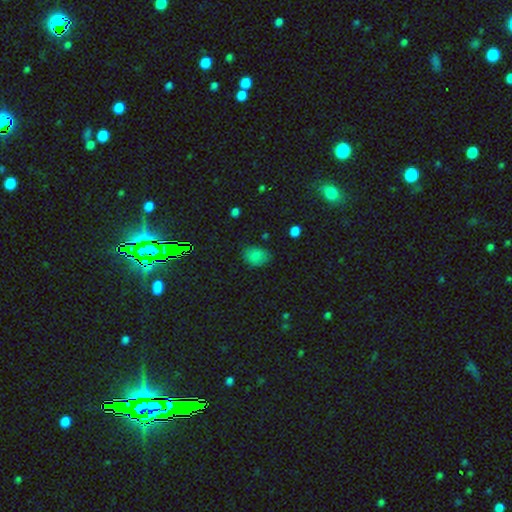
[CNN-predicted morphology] type=smooth (80%); roundness=in between (71%); merging=none (73%).